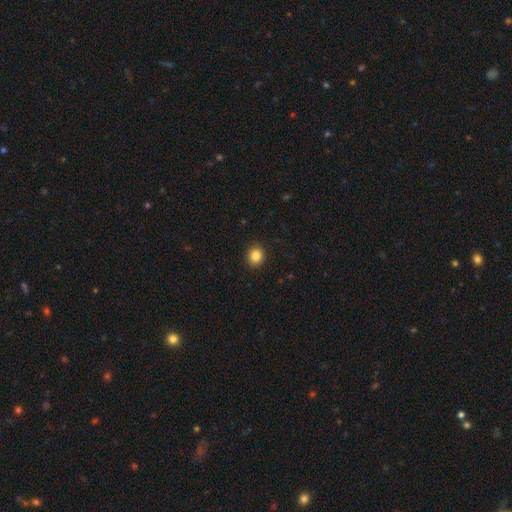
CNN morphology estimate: A smooth galaxy with no disk features (85%) that is round (82%). Merging: none (92%).